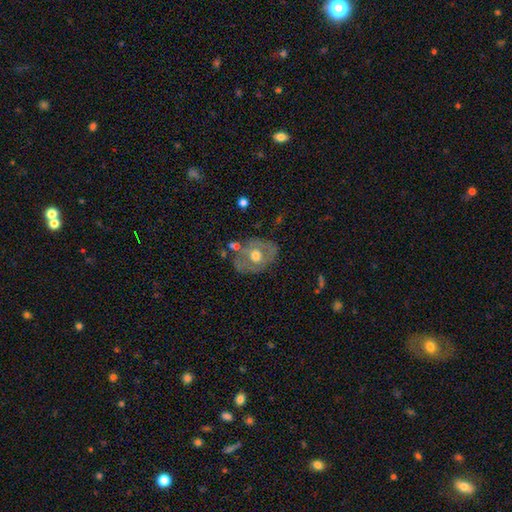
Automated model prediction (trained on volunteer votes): Q: Smooth or featured?
A: featured or disk (54%); runner-up: smooth (39%)
Q: Edge-on disk?
A: no (94%); runner-up: yes (6%)
Q: Bar?
A: no (81%); runner-up: weak (15%)
Q: Spiral arms?
A: no (73%); runner-up: yes (27%)
Q: Bulge size?
A: moderate (76%); runner-up: large (14%)
Q: Merging?
A: none (62%); runner-up: minor disturbance (22%)